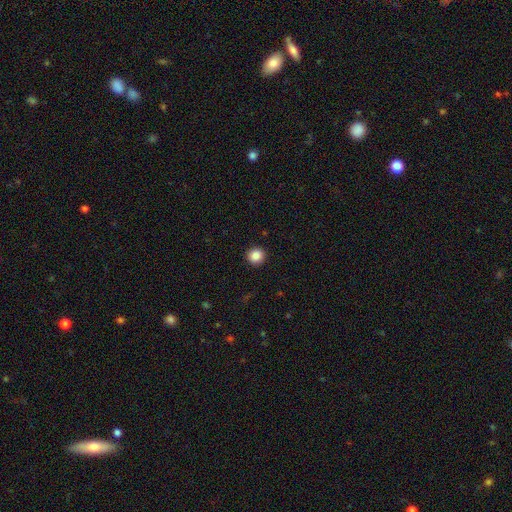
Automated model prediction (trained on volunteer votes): smooth_or_featured: smooth (p=0.86) [alt: star or artifact p=0.10]
how_rounded: round (p=0.94) [alt: in between p=0.05]
merging: none (p=0.93) [alt: minor disturbance p=0.05]